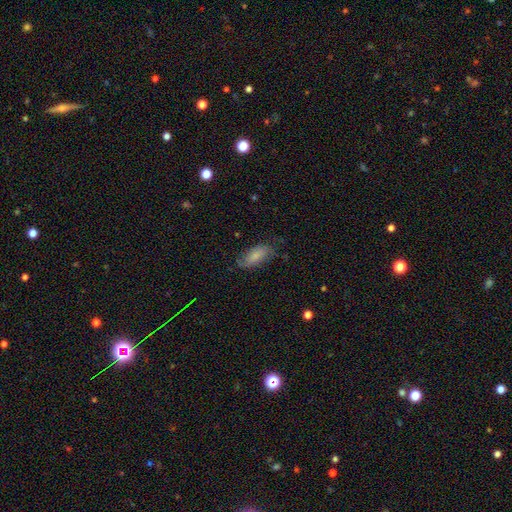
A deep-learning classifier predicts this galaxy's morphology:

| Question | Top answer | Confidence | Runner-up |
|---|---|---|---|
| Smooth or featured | smooth | 69% | featured or disk (24%) |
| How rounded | in between | 87% | cigar-shaped (10%) |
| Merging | none | 66% | minor disturbance (25%) |